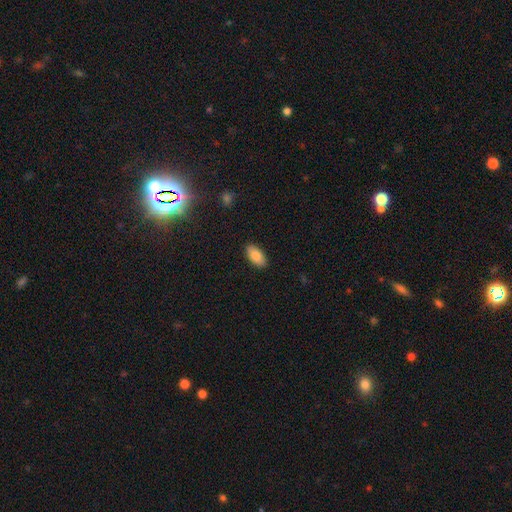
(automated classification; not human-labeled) Smooth or featured: smooth — 83% (featured or disk — 10%)
How rounded: in between — 92% (cigar-shaped — 5%)
Merging: none — 89% (minor disturbance — 8%)